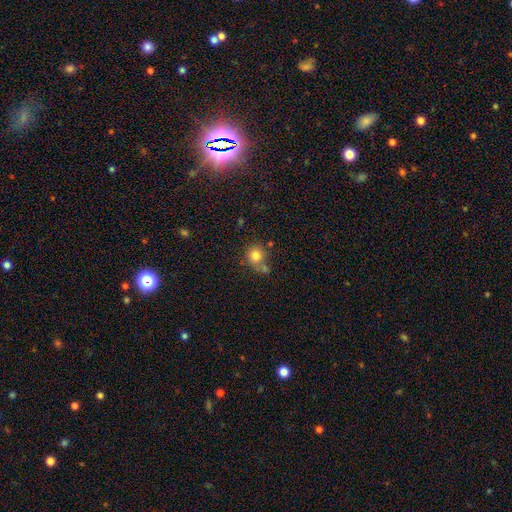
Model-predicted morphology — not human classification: Q: Smooth or featured?
A: smooth (80%); runner-up: star or artifact (11%)
Q: How rounded?
A: round (86%); runner-up: in between (13%)
Q: Merging?
A: none (55%); runner-up: merger (27%)